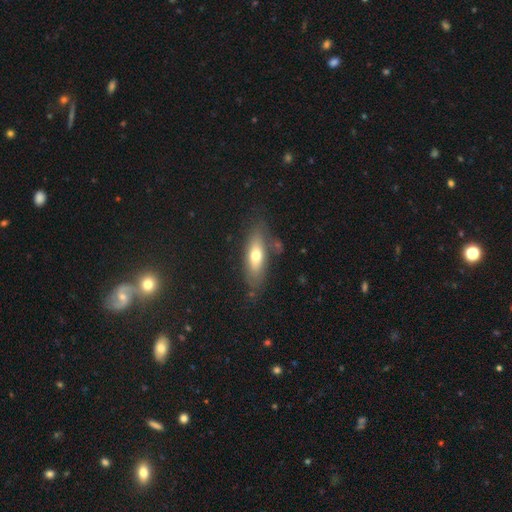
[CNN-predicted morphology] The model was most divided on "how rounded": in between: 62%, cigar-shaped: 35%, round: 3%. More confident: merging — none (73%); smooth or featured — smooth (61%).